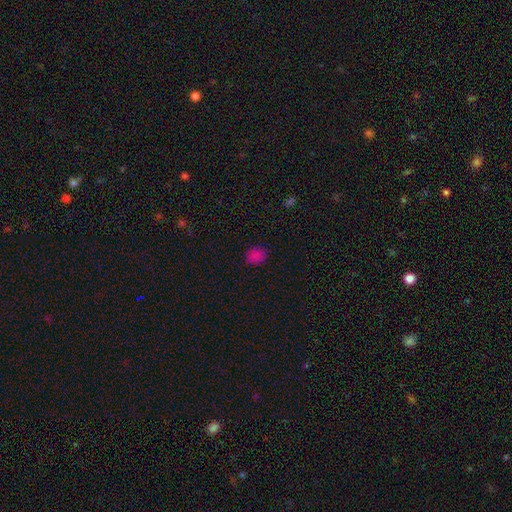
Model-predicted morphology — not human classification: This is likely a smooth galaxy (78%). How rounded: possibly in between (51%). Merging: clearly none (83%).